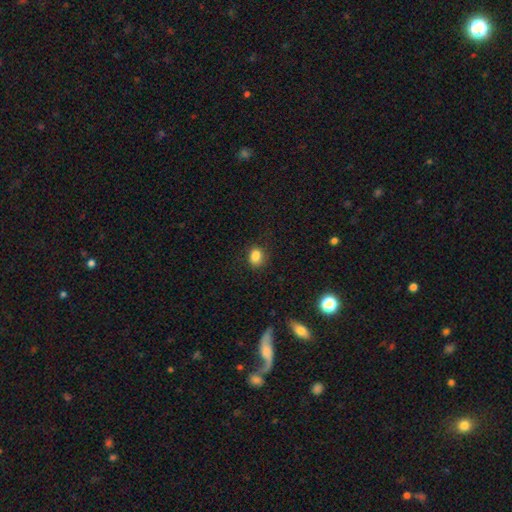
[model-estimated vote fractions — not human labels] Morphology: type=smooth (84%); roundness=round (51%); merging=none (79%).